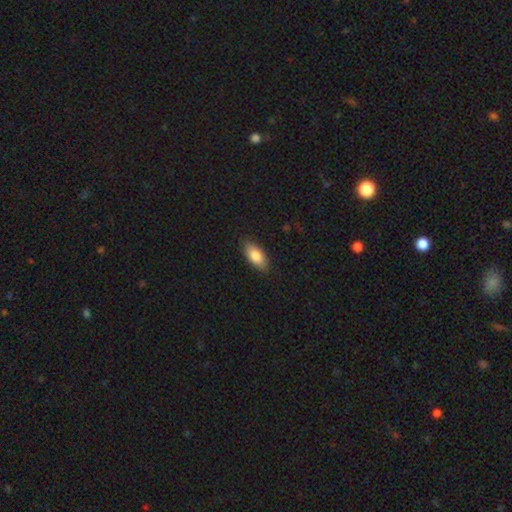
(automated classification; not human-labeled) Q: Smooth or featured?
A: smooth (83%); runner-up: featured or disk (11%)
Q: How rounded?
A: in between (89%); runner-up: cigar-shaped (9%)
Q: Merging?
A: none (88%); runner-up: minor disturbance (9%)